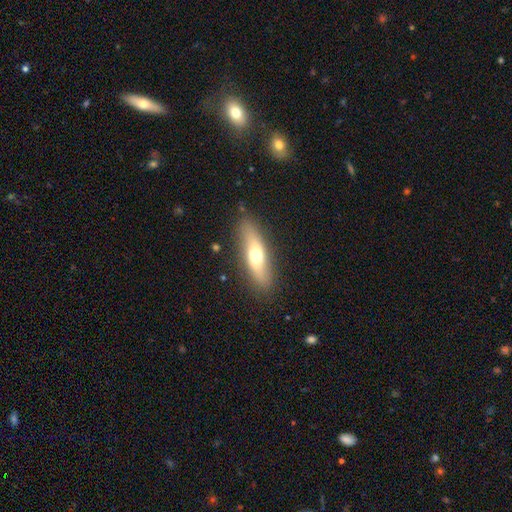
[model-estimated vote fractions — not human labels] This is possibly a smooth galaxy (56%). How rounded: possibly cigar-shaped (53%). Merging: clearly none (85%).